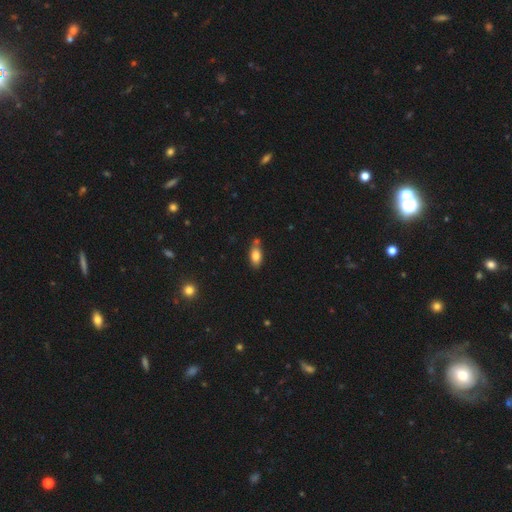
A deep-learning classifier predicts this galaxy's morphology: This is clearly a smooth galaxy (81%). How rounded: clearly in between (88%). Merging: likely none (64%).